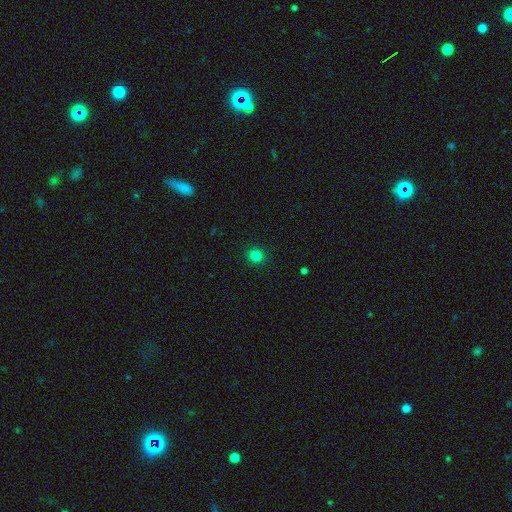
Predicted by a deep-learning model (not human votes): A smooth galaxy with no disk features (83%) that is round (89%).

Vote fractions:
- Smooth or featured? smooth: 83% / star or artifact: 14% / featured or disk: 4%
- How rounded? round: 89% / in between: 10% / cigar-shaped: 1%
- Merging? none: 92% / minor disturbance: 5% / major disturbance: 2% / merger: 1%